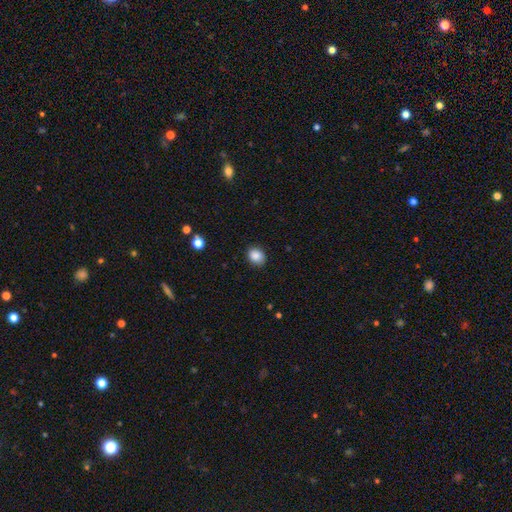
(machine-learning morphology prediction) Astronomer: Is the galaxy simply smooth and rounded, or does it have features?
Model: smooth — 87%.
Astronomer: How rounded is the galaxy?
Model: round — 52% (runner-up: in between, 47%).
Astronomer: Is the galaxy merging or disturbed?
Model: none — 86%.